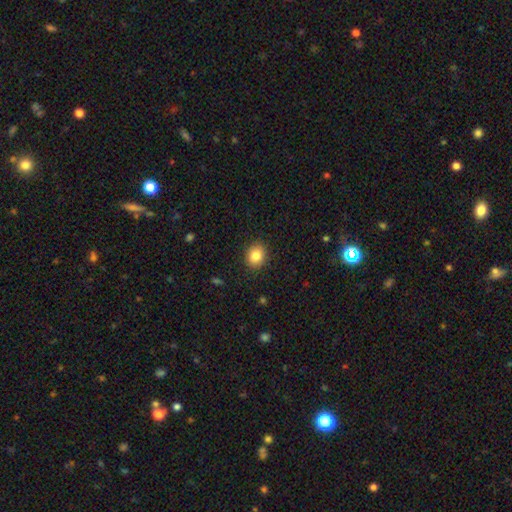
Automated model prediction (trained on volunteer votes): A smooth galaxy with no disk features (84%) that is round (62%).

Vote fractions:
- Smooth or featured? smooth: 84% / star or artifact: 10% / featured or disk: 7%
- How rounded? round: 62% / in between: 37% / cigar-shaped: 1%
- Merging? none: 90% / minor disturbance: 7% / major disturbance: 2% / merger: 1%